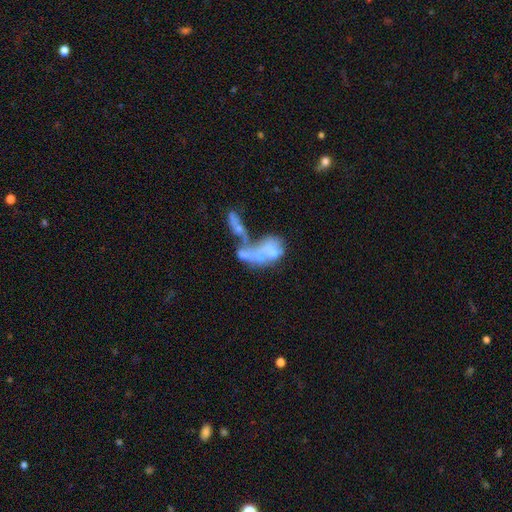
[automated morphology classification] A featured or disk galaxy (48%).

Vote fractions:
- Smooth or featured? featured or disk: 48% / smooth: 40% / star or artifact: 12%
- Merging? merger: 64% / major disturbance: 17% / none: 12% / minor disturbance: 7%